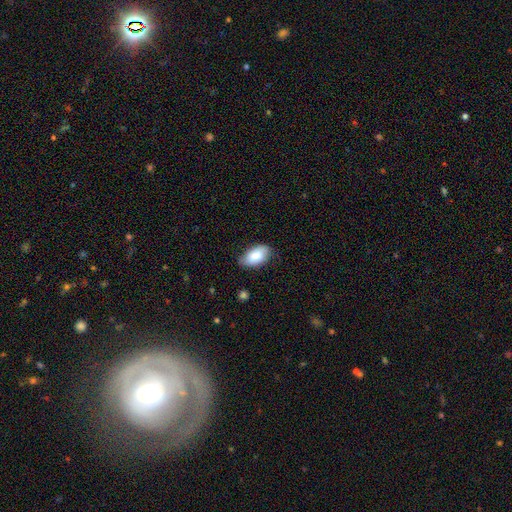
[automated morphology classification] smooth 83%, featured or disk 11%, star or artifact 6%. Down the decision tree: how rounded — in between (94%); merging — none (74%).